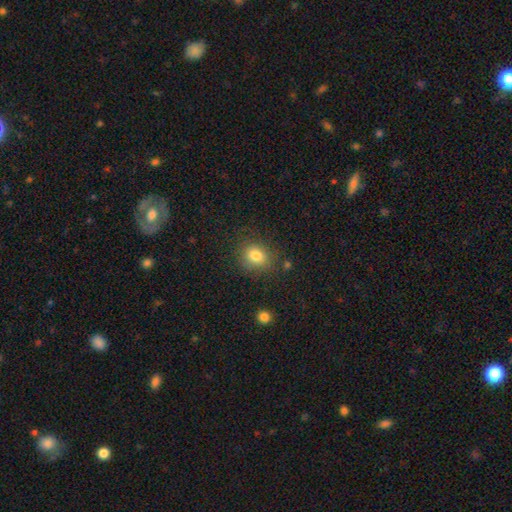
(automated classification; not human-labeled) This is clearly a smooth galaxy (81%). How rounded: likely round (67%). Merging: clearly none (81%).